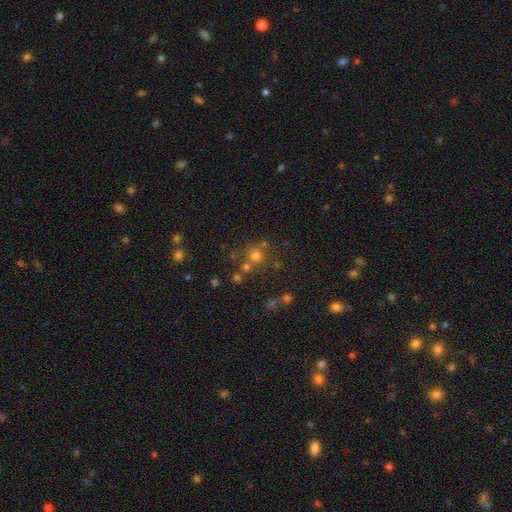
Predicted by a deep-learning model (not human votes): This is likely a smooth galaxy (66%). How rounded: clearly round (88%). Merging: likely none (64%).